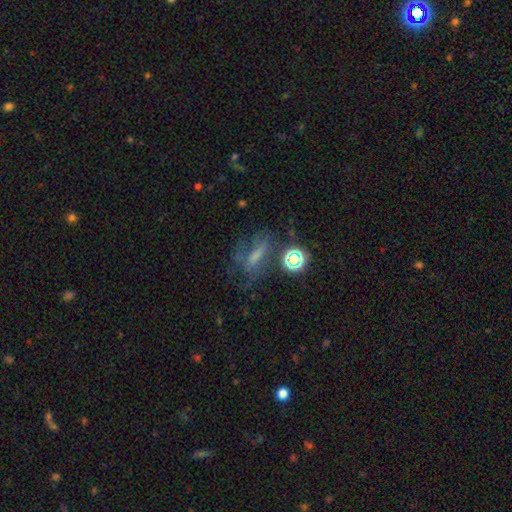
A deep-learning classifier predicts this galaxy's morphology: smooth-or-featured: featured or disk: 42% | smooth: 32% | star or artifact: 26%
  merging: none: 52% | major disturbance: 20% | minor disturbance: 20% | merger: 8%